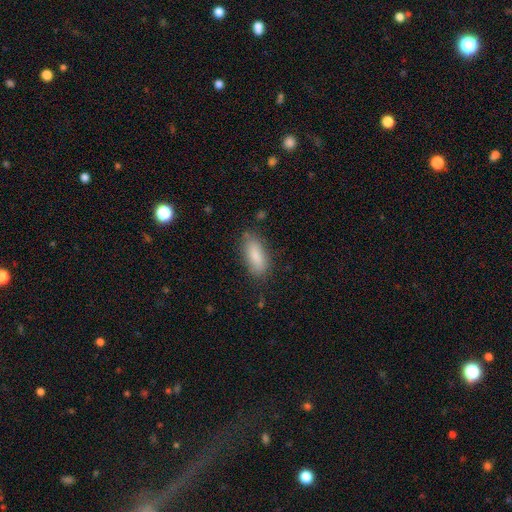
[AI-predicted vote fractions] The model was most divided on "how rounded": in between: 80%, cigar-shaped: 18%, round: 2%. More confident: smooth or featured — smooth (86%); merging — none (79%).